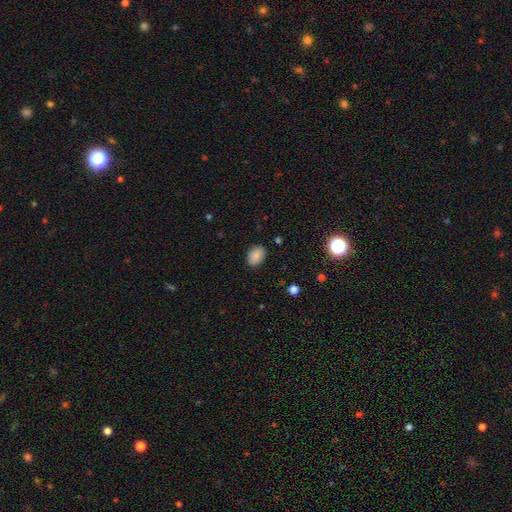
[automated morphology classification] The model was most divided on "how rounded": in between: 76%, round: 23%, cigar-shaped: 1%. More confident: merging — none (87%); smooth or featured — smooth (86%).